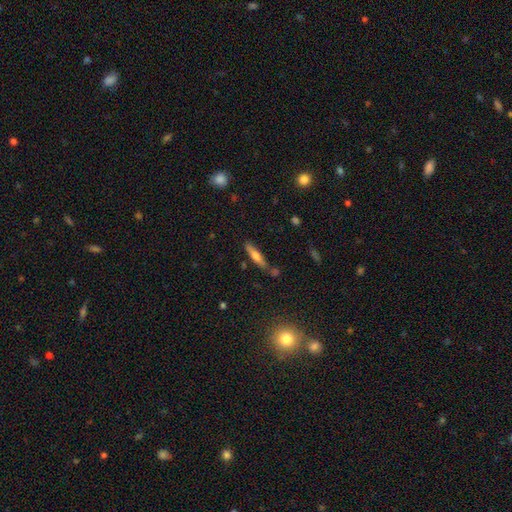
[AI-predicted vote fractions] smooth-or-featured: smooth: 51% | featured or disk: 41% | star or artifact: 8%
  how-rounded: cigar-shaped: 82% | in between: 16% | round: 2%
  merging: none: 72% | minor disturbance: 16% | merger: 9% | major disturbance: 4%